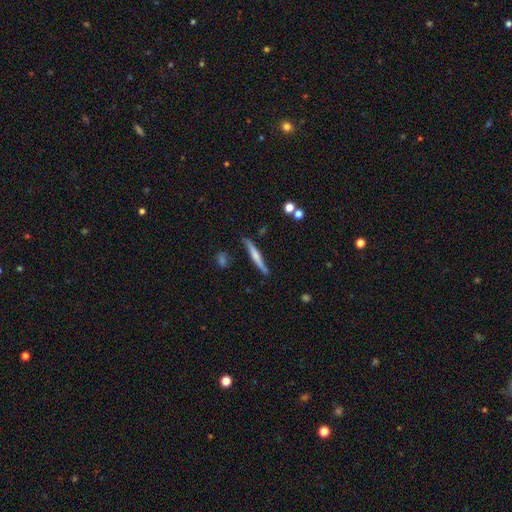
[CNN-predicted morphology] This appears to be a smooth galaxy with no disk features (48%). Merging: none (80%).